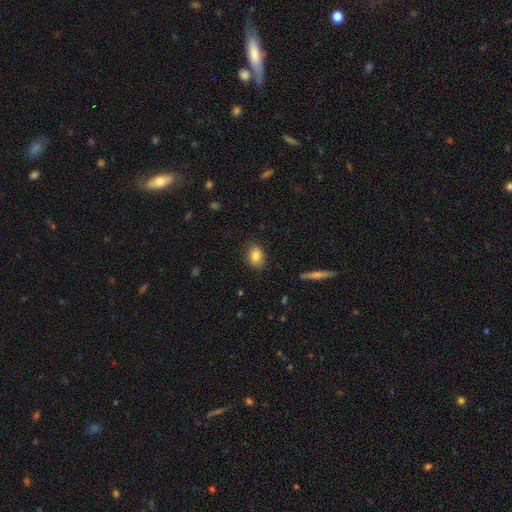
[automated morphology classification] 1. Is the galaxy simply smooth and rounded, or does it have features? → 83% smooth, 9% featured or disk, 8% star or artifact.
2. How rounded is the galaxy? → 80% in between, 18% round, 2% cigar-shaped.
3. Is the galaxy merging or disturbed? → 85% none, 11% minor disturbance, 3% major disturbance, 1% merger.